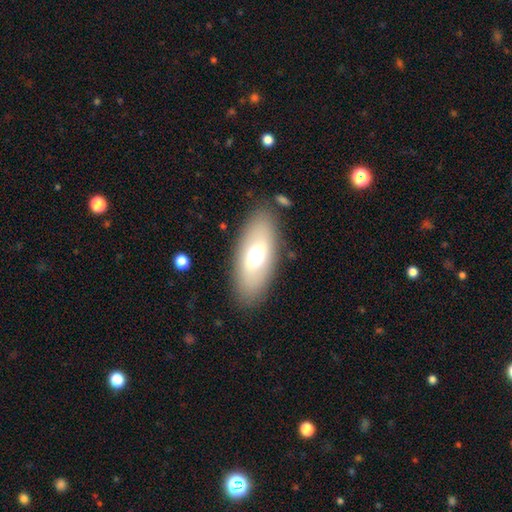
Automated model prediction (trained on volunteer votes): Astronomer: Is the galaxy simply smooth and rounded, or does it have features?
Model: smooth — 63%.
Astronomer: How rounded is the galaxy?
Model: in between — 85%.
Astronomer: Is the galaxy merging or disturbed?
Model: none — 84%.